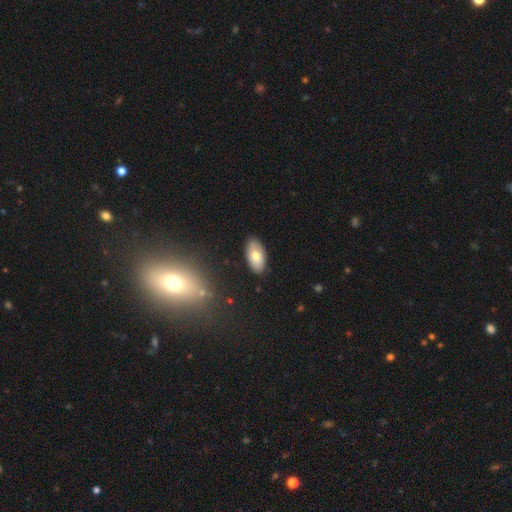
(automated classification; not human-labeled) Overall: smooth (72%). How rounded: in between (95%). Merging: none (86%).